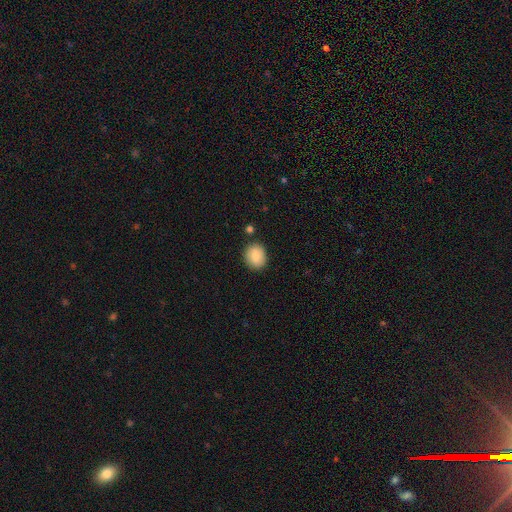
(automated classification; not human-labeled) Q: Smooth or featured?
A: smooth (86%); runner-up: star or artifact (7%)
Q: How rounded?
A: round (62%); runner-up: in between (37%)
Q: Merging?
A: none (86%); runner-up: minor disturbance (9%)